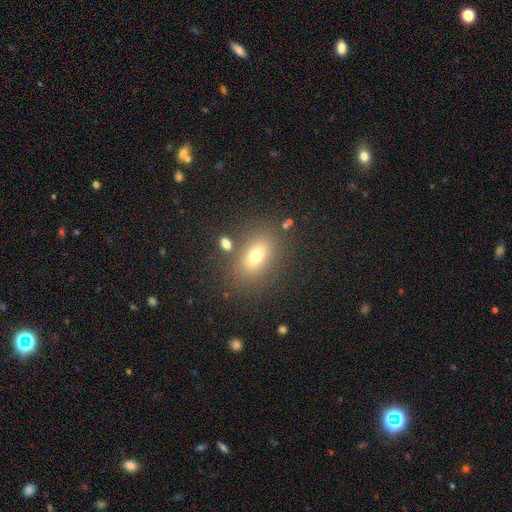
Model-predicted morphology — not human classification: Smooth or featured? Predicted: smooth (p=0.69). How rounded? Predicted: in between (p=0.81). Merging? Predicted: none (p=0.79).